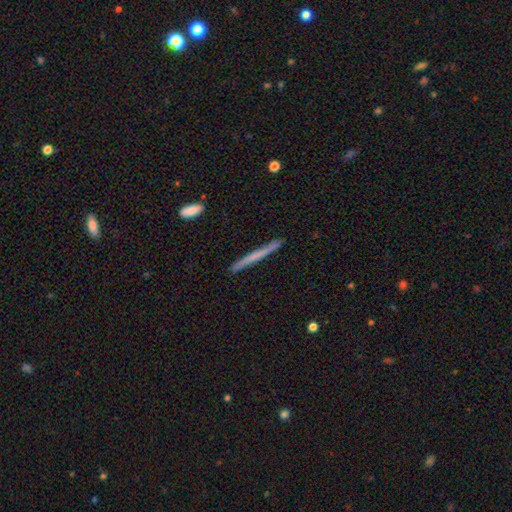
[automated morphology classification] This is possibly a featured or disk galaxy (47%, tied with smooth). Merging: clearly none (90%).